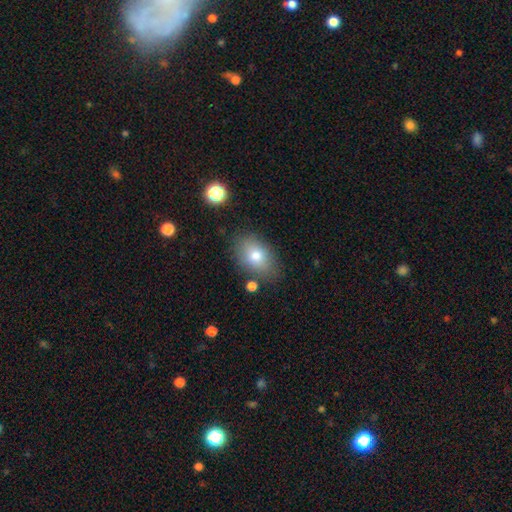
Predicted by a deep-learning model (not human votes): This is likely a smooth galaxy (78%). How rounded: clearly in between (82%). Merging: likely none (78%).